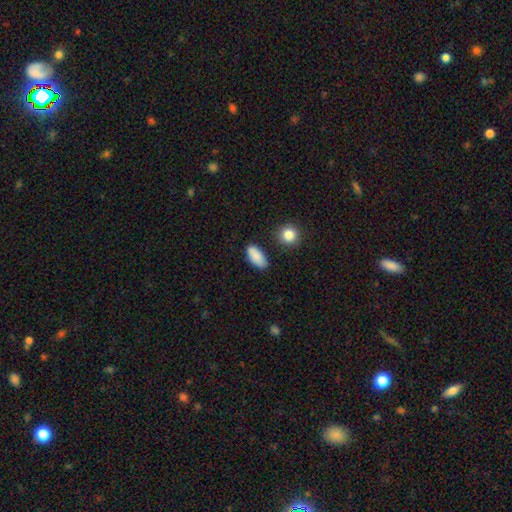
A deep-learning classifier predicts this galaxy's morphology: The model was most divided on "merging": none: 75%, minor disturbance: 17%, merger: 4%, major disturbance: 4%. More confident: how rounded — in between (88%); smooth or featured — smooth (86%).